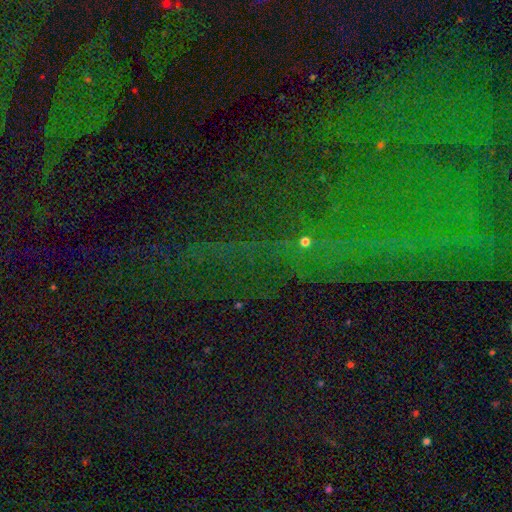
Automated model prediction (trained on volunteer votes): This is likely a star or artifact rather than a galaxy (78%).